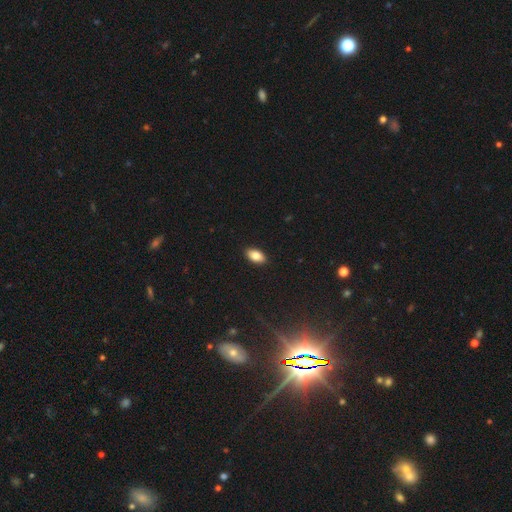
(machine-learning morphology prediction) This appears to be a smooth galaxy with no disk features (84%) that is in between round and cigar-shaped (93%). Merging: none (90%).